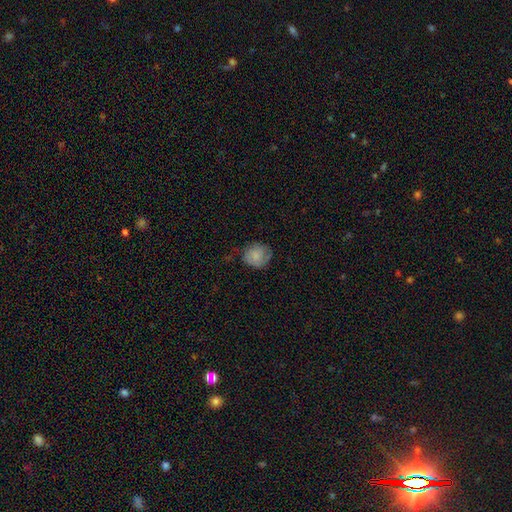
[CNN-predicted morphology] Q: Smooth or featured?
A: smooth (71%); runner-up: featured or disk (21%)
Q: How rounded?
A: round (74%); runner-up: in between (25%)
Q: Merging?
A: none (58%); runner-up: minor disturbance (30%)